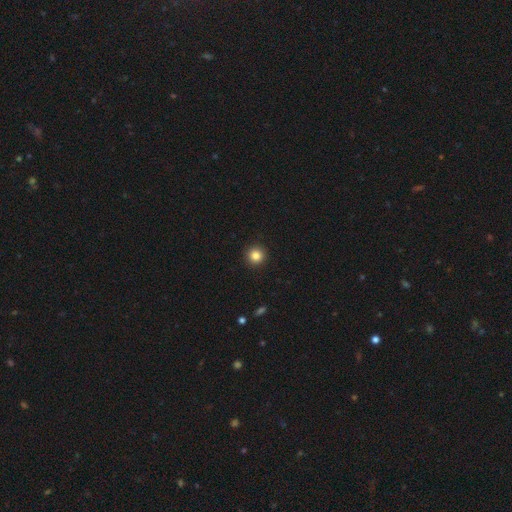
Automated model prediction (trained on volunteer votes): Smooth or featured? Predicted: smooth (p=0.84). How rounded? Predicted: round (p=0.95). Merging? Predicted: none (p=0.93).